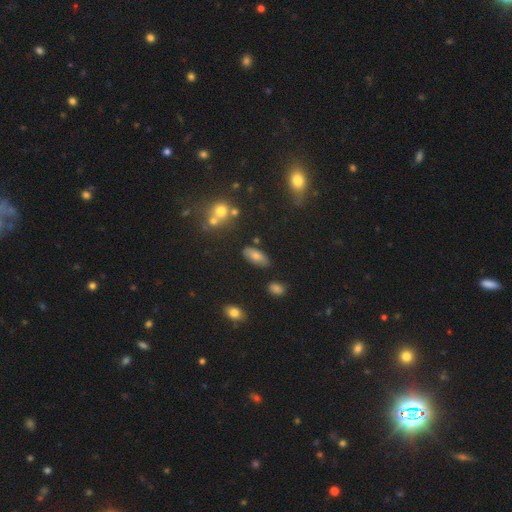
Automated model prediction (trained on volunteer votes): A smooth galaxy with no disk features (71%) that is in between round and cigar-shaped (88%).

Vote fractions:
- Smooth or featured? smooth: 71% / featured or disk: 18% / star or artifact: 11%
- How rounded? in between: 88% / cigar-shaped: 7% / round: 4%
- Merging? none: 78% / minor disturbance: 15% / merger: 4% / major disturbance: 4%